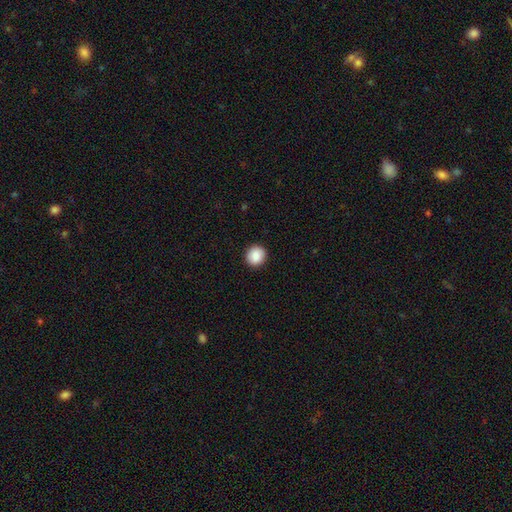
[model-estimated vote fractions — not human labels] The model was most divided on "how rounded": round: 89%, in between: 10%, cigar-shaped: 1%. More confident: merging — none (92%); smooth or featured — smooth (89%).